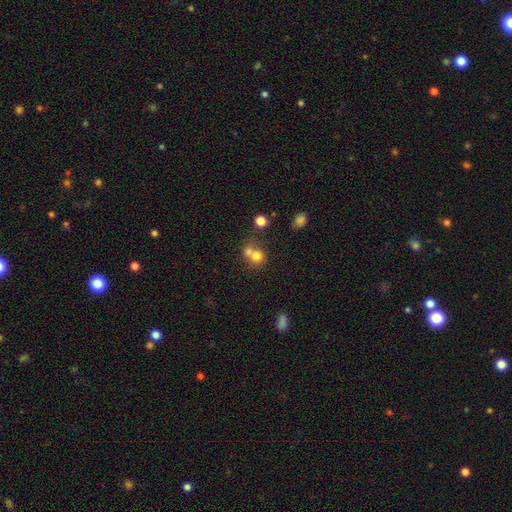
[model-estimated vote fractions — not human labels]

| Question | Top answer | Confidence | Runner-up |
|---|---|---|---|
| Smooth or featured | smooth | 75% | featured or disk (13%) |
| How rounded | round | 78% | in between (21%) |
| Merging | merger | 58% | none (31%) |